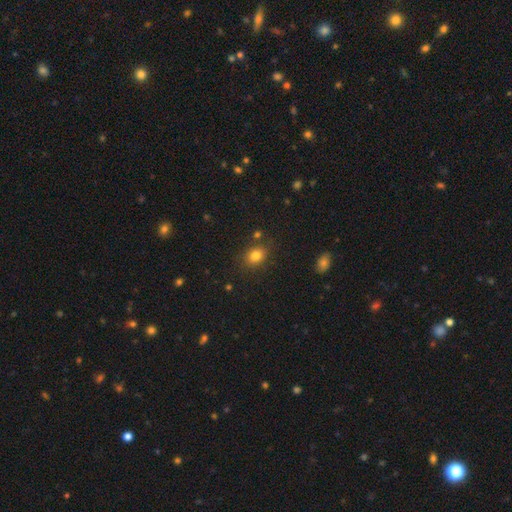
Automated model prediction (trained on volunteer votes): Overall: smooth (81%). How rounded: round (51%; in between 48%). Merging: none (80%).